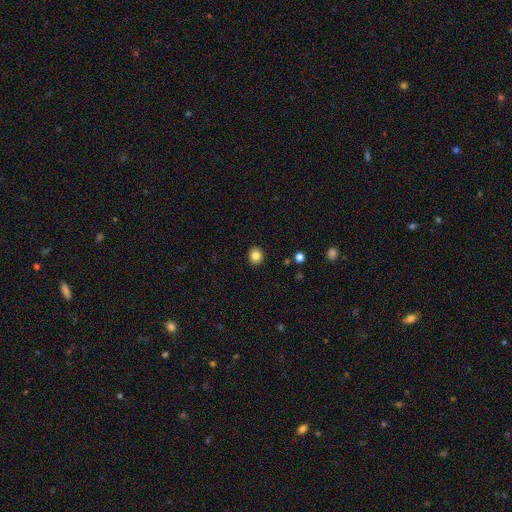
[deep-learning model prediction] Smooth or featured: smooth — 84% (star or artifact — 10%)
How rounded: round — 81% (in between — 18%)
Merging: none — 92% (minor disturbance — 5%)